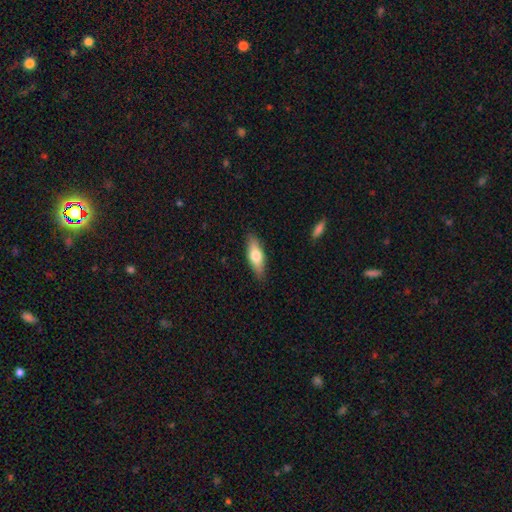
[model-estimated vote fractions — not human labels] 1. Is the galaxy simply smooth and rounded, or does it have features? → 63% smooth, 31% featured or disk, 6% star or artifact.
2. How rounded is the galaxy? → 59% in between, 39% cigar-shaped, 3% round.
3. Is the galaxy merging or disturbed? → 87% none, 10% minor disturbance, 2% major disturbance, 1% merger.